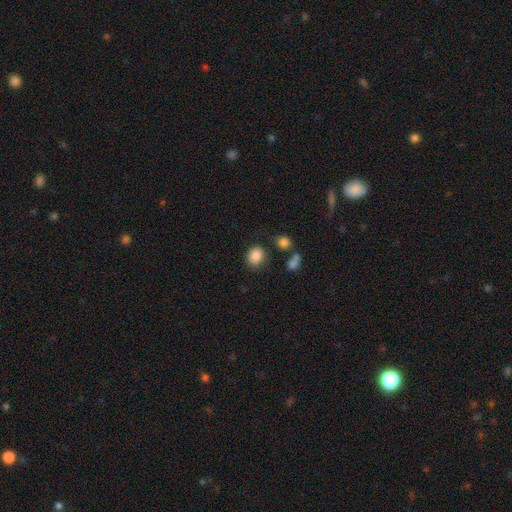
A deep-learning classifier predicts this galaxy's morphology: A smooth galaxy with no disk features (86%) that is round (55%). Merging: none (76%).